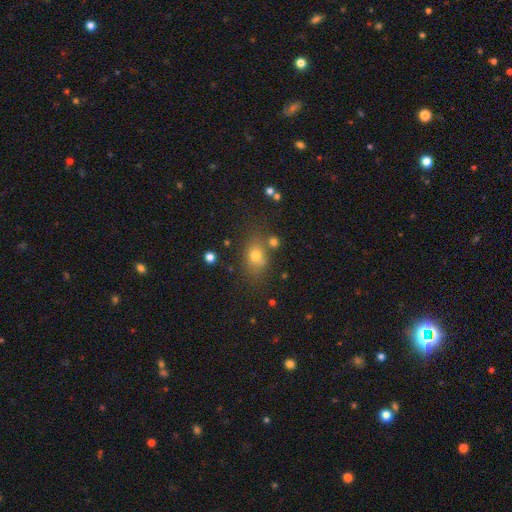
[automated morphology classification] Smooth or featured: smooth — 70% (star or artifact — 18%)
How rounded: in between — 54% (round — 44%)
Merging: none — 68% (minor disturbance — 15%)